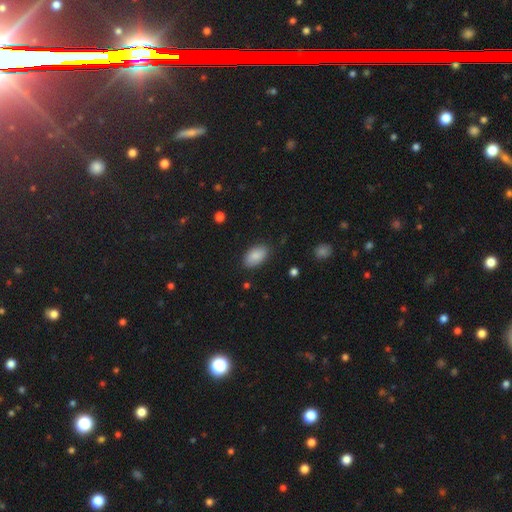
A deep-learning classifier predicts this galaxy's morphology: type=smooth (87%); roundness=in between (93%); merging=none (83%).